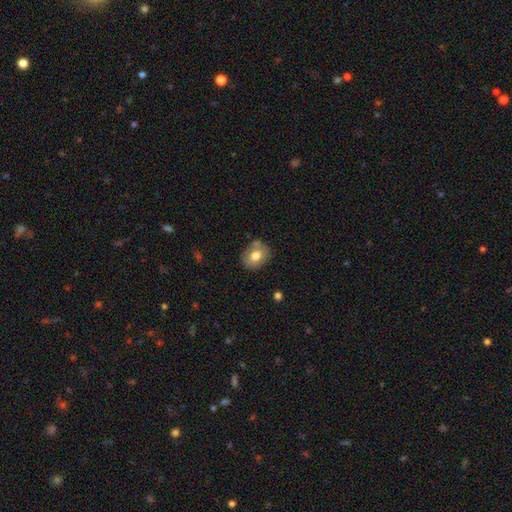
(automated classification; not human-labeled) The model was most divided on "how rounded": round: 51%, in between: 48%, cigar-shaped: 1%. More confident: smooth or featured — smooth (74%); merging — none (70%).